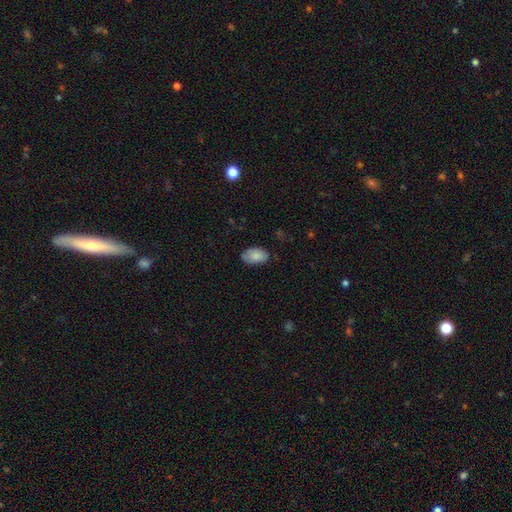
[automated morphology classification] This appears to be a smooth galaxy with no disk features (84%) that is in between round and cigar-shaped (93%). Merging: none (78%).